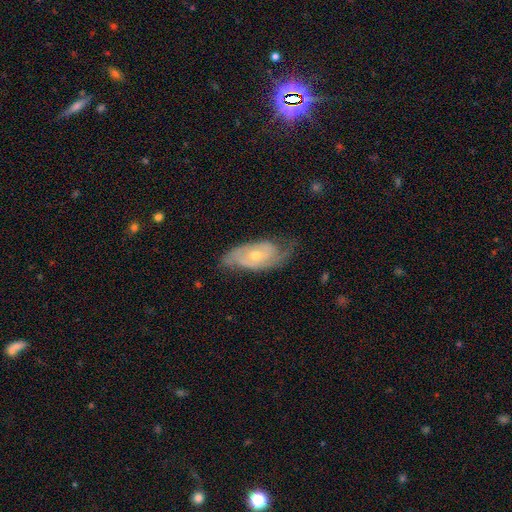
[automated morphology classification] A featured or disk galaxy (78%) with no bar (68%), 2 (59%) tight (52%) spiral arms (88%) and a moderate central bulge (52%).

Vote fractions:
- Smooth or featured? featured or disk: 78% / smooth: 17% / star or artifact: 6%
- Edge-on disk? no: 92% / yes: 8%
- Bar? no: 68% / weak: 26% / strong: 6%
- Spiral arms? yes: 88% / no: 12%
- Spiral winding? tight: 52% / medium: 34% / loose: 14%
- Spiral arm count? 2: 59% / can't tell: 24% / 1: 7% / 3: 6% / 4: 2% / more than 4: 2%
- Bulge size? moderate: 52% / small: 45% / large: 2% / none: 1% / dominant: 1%
- Merging? none: 60% / minor disturbance: 27% / major disturbance: 12% / merger: 1%